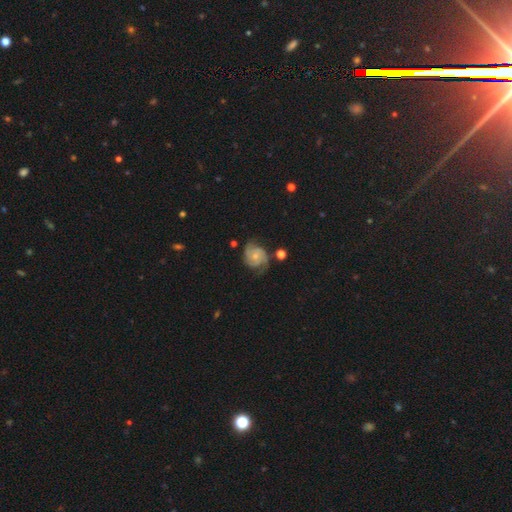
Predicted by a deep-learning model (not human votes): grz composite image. It shows a featured or disk galaxy (81%) with no bar (73%), 2 (52%) tight (47%) spiral arms (96%) and a small central bulge (64%). Merging: none (66%).